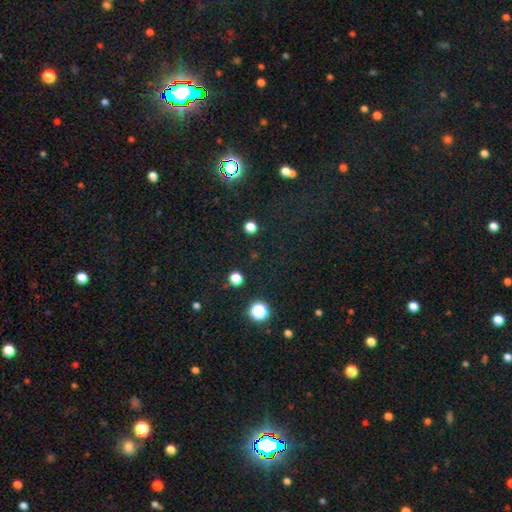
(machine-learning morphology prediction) type=star or artifact (73%).